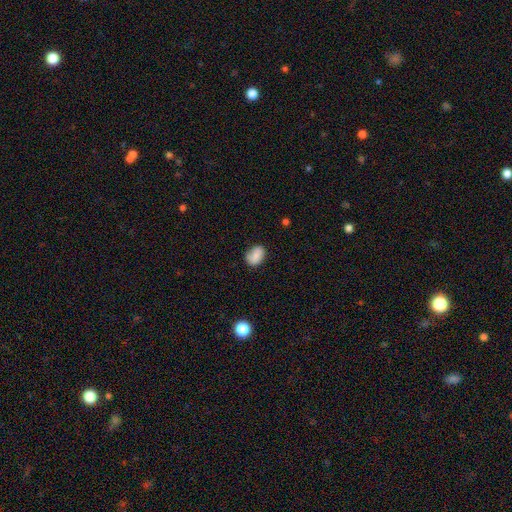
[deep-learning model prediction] Smooth or featured: smooth — 79% (featured or disk — 13%)
How rounded: in between — 72% (round — 27%)
Merging: none — 69% (minor disturbance — 23%)